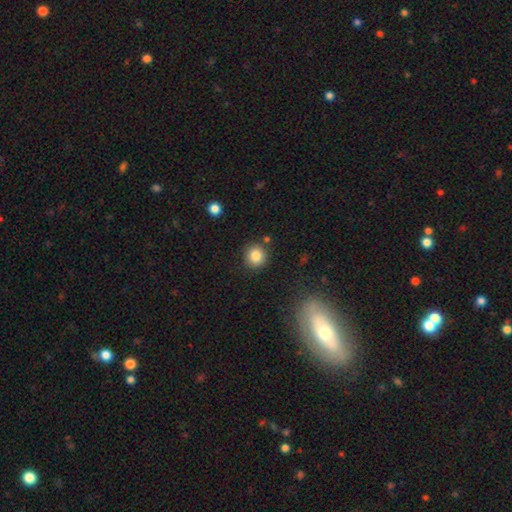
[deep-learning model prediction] A smooth galaxy with no disk features (84%) that is round (89%).

Vote fractions:
- Smooth or featured? smooth: 84% / star or artifact: 10% / featured or disk: 6%
- How rounded? round: 89% / in between: 10% / cigar-shaped: 1%
- Merging? none: 86% / minor disturbance: 8% / merger: 4% / major disturbance: 3%